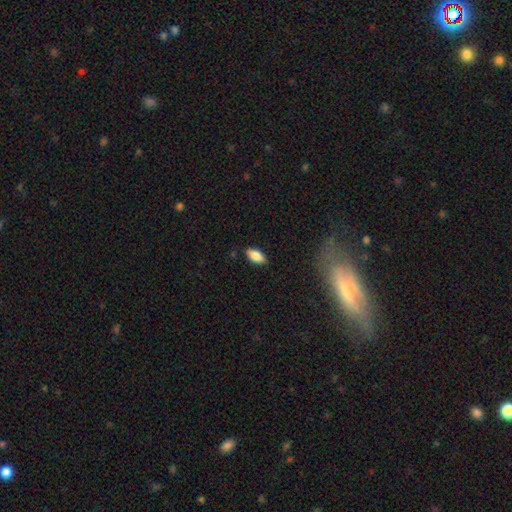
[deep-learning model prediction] Q: Smooth or featured?
A: smooth (81%); runner-up: featured or disk (13%)
Q: How rounded?
A: in between (89%); runner-up: cigar-shaped (8%)
Q: Merging?
A: none (85%); runner-up: minor disturbance (12%)